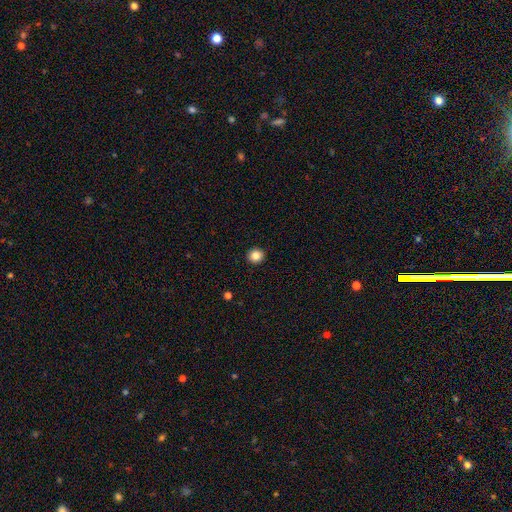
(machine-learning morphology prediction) This appears to be a smooth galaxy with no disk features (84%) that is round (87%). Merging: none (93%).